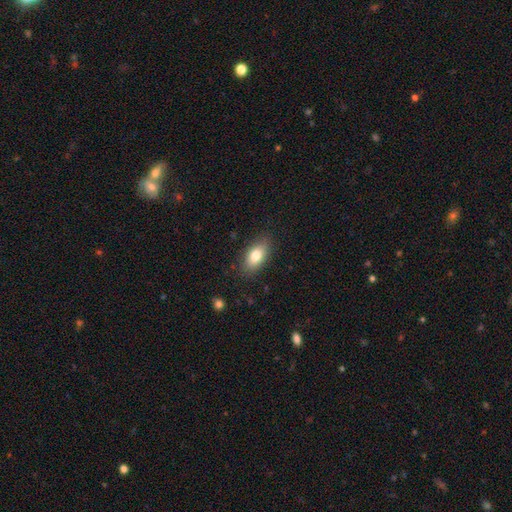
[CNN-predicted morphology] smooth_or_featured: smooth (p=0.78) [alt: featured or disk p=0.14]
how_rounded: in between (p=0.88) [alt: cigar-shaped p=0.07]
merging: none (p=0.84) [alt: minor disturbance p=0.12]